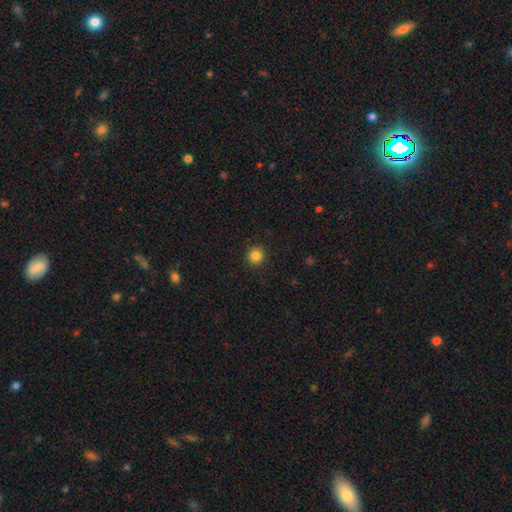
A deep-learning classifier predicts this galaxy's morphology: Overall: smooth (85%). How rounded: round (95%). Merging: none (92%).